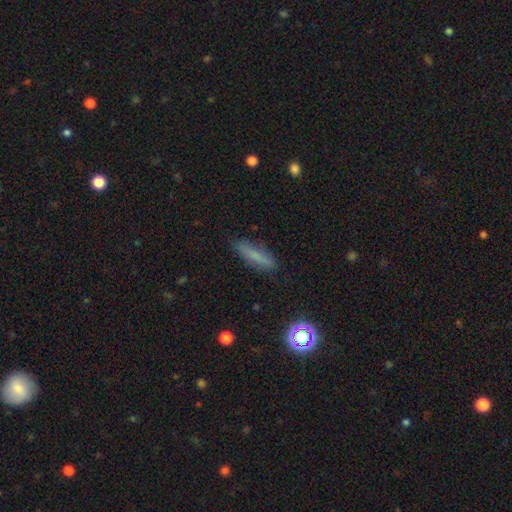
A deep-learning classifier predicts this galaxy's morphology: This is likely a smooth galaxy (73%). How rounded: likely cigar-shaped (77%). Merging: clearly none (84%).